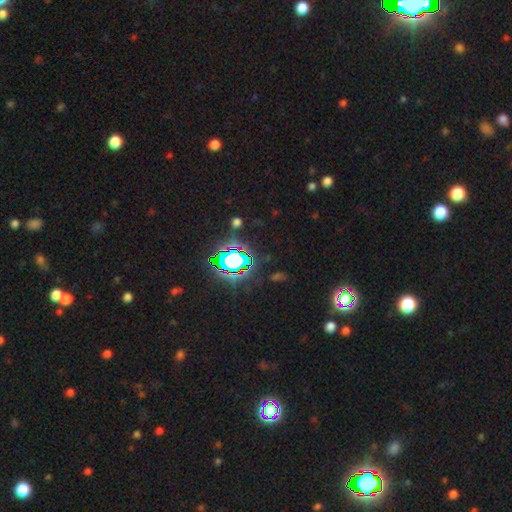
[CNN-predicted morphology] smooth_or_featured: star or artifact (p=0.82) [alt: smooth p=0.11]